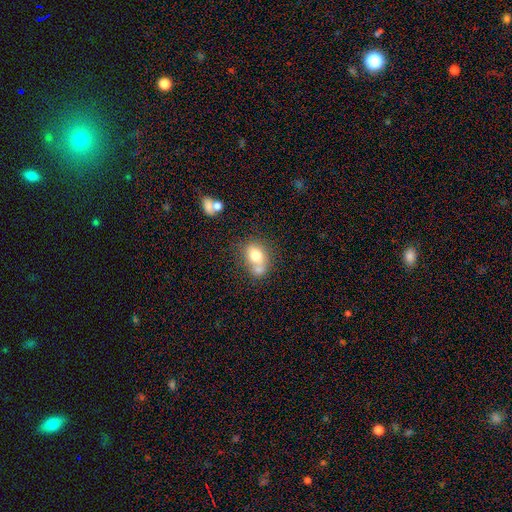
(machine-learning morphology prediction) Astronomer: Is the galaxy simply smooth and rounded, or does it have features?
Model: smooth — 72%.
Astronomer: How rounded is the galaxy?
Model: in between — 56% (runner-up: round, 43%).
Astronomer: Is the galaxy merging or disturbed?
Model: merger — 46% (runner-up: none, 34%).